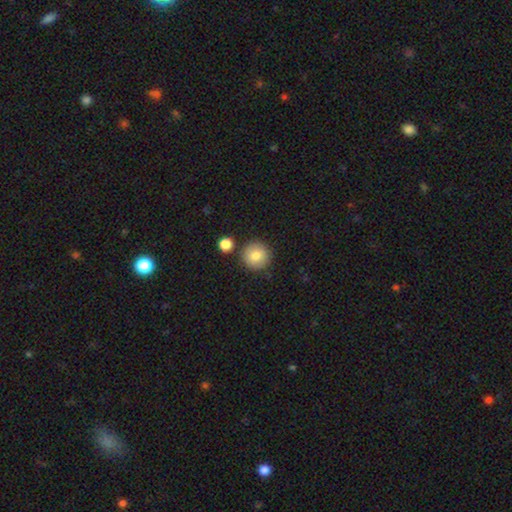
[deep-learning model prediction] Overall: smooth (83%). How rounded: round (94%). Merging: none (83%).